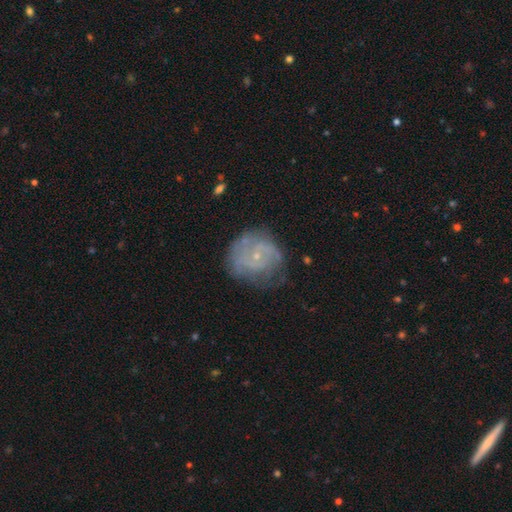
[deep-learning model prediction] A featured or disk galaxy (66%) with no bar (73%), spiral arms (73%) and a small central bulge (81%). Merging: none (61%).